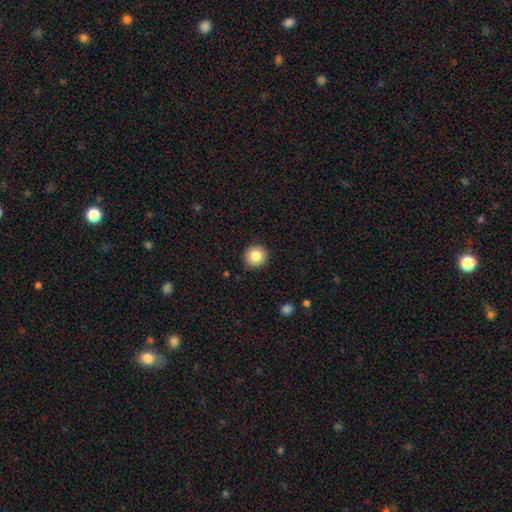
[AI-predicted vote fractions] A smooth galaxy with no disk features (83%) that is round (93%).

Vote fractions:
- Smooth or featured? smooth: 83% / star or artifact: 9% / featured or disk: 7%
- How rounded? round: 93% / in between: 6% / cigar-shaped: 1%
- Merging? none: 90% / minor disturbance: 7% / major disturbance: 2% / merger: 1%